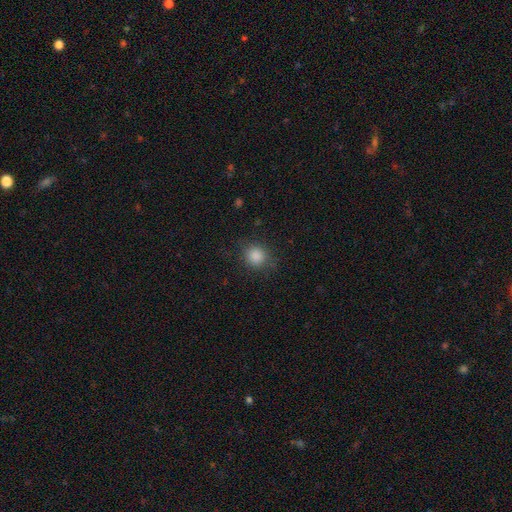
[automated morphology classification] type=smooth (85%); roundness=round (85%); merging=none (83%).